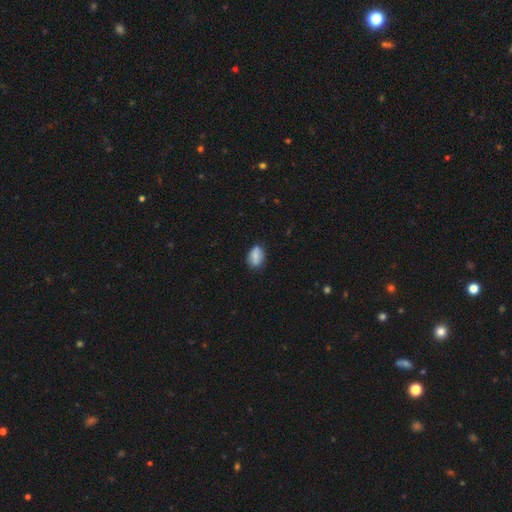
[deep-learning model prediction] smooth-or-featured: smooth: 77% | featured or disk: 15% | star or artifact: 8%
  how-rounded: in between: 78% | round: 20% | cigar-shaped: 2%
  merging: none: 74% | minor disturbance: 20% | major disturbance: 4% | merger: 3%